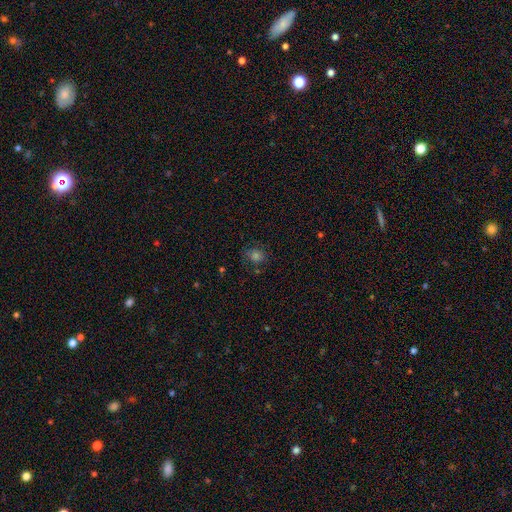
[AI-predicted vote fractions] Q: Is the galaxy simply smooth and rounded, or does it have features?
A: smooth — 62%.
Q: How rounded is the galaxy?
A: round — 68%.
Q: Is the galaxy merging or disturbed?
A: none — 74%.